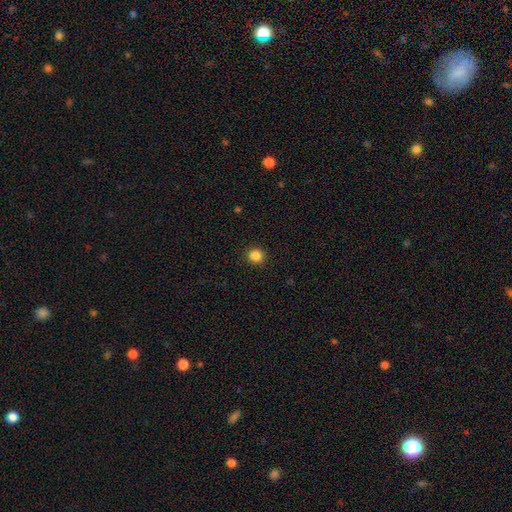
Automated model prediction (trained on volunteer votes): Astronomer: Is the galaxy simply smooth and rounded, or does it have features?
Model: smooth — 85%.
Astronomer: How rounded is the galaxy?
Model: round — 91%.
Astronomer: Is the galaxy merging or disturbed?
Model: none — 92%.